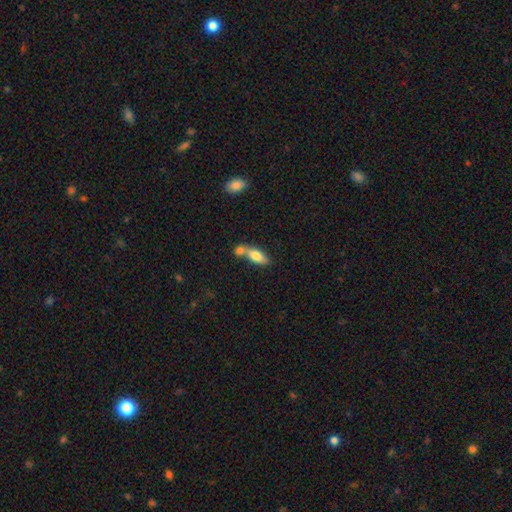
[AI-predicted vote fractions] A smooth galaxy with no disk features (73%) that is in between round and cigar-shaped (76%).

Vote fractions:
- Smooth or featured? smooth: 73% / featured or disk: 20% / star or artifact: 7%
- How rounded? in between: 76% / cigar-shaped: 20% / round: 4%
- Merging? merger: 54% / none: 32% / minor disturbance: 10% / major disturbance: 4%